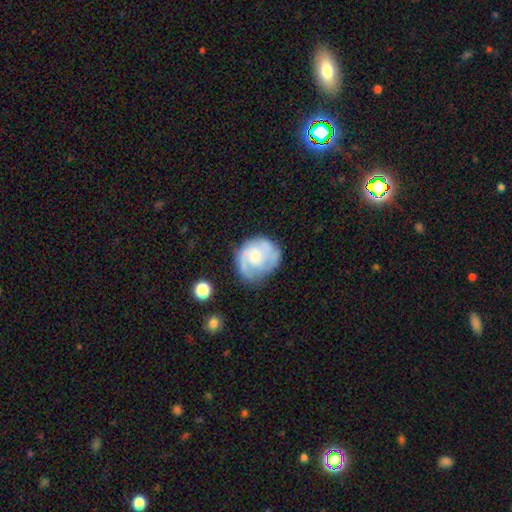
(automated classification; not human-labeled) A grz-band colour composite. It shows a featured or disk galaxy (62%) with no bar (70%), spiral arms (81%) and a moderate central bulge (39%). Merging: none (62%).